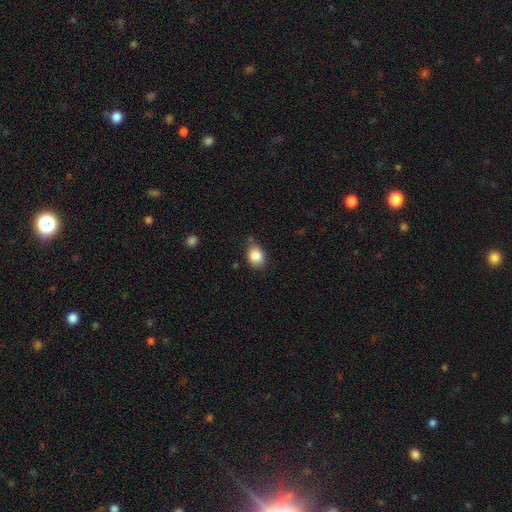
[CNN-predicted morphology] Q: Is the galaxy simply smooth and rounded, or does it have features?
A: smooth — 87%.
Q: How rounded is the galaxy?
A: in between — 61%.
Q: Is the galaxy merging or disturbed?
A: none — 74%.